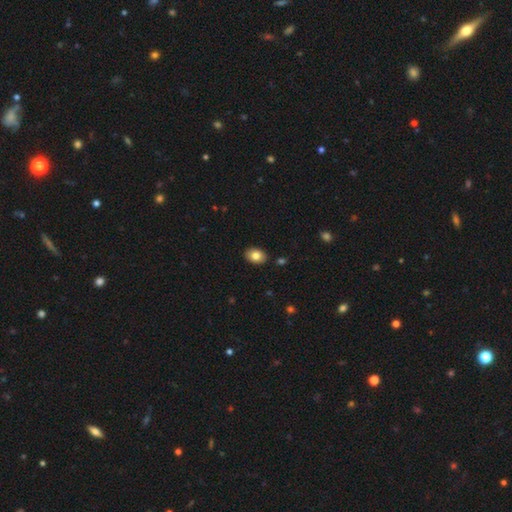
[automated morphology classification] Q: Smooth or featured?
A: smooth (81%); runner-up: featured or disk (11%)
Q: How rounded?
A: in between (81%); runner-up: round (18%)
Q: Merging?
A: none (89%); runner-up: minor disturbance (8%)